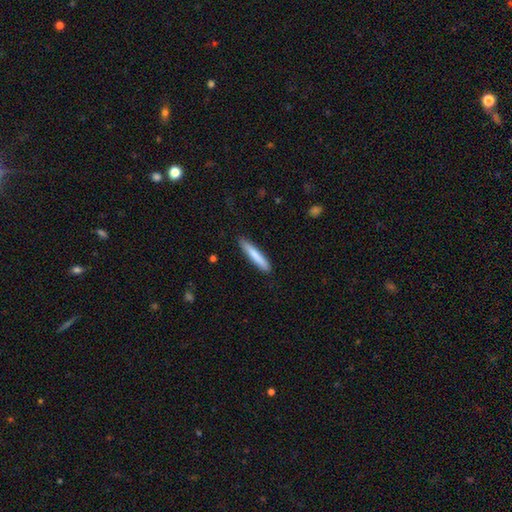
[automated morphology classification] A smooth galaxy with no disk features (80%) that is cigar-shaped (93%). Merging: none (89%).